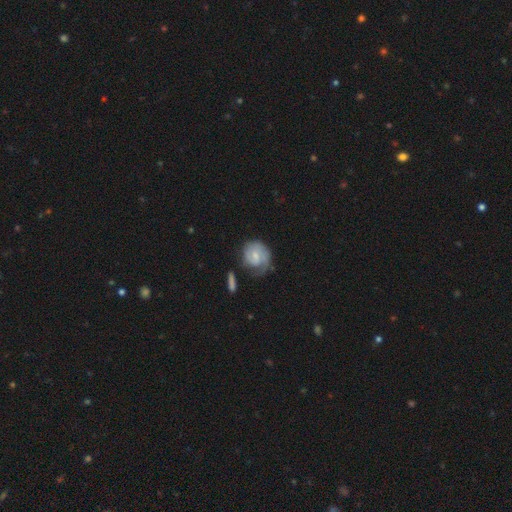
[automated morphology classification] This appears to be a featured or disk galaxy (56%) with no bar (56%), spiral arms (84%) and a small central bulge (58%). Merging: none (46%).